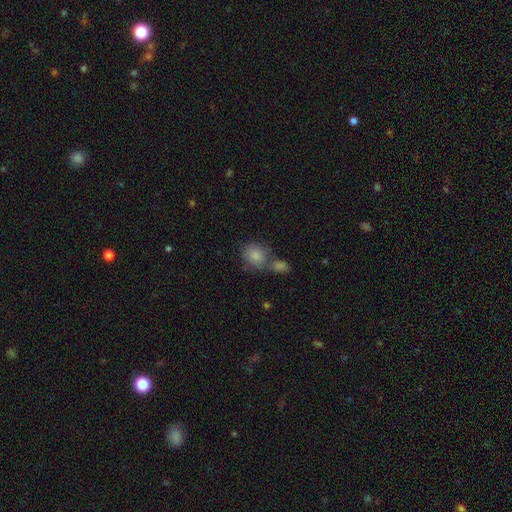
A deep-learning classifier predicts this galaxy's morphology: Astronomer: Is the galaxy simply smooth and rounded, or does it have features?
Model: smooth — 84%.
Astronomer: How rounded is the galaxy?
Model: round — 61% (runner-up: in between, 38%).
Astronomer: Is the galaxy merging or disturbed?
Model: none — 42% (runner-up: merger, 41%).